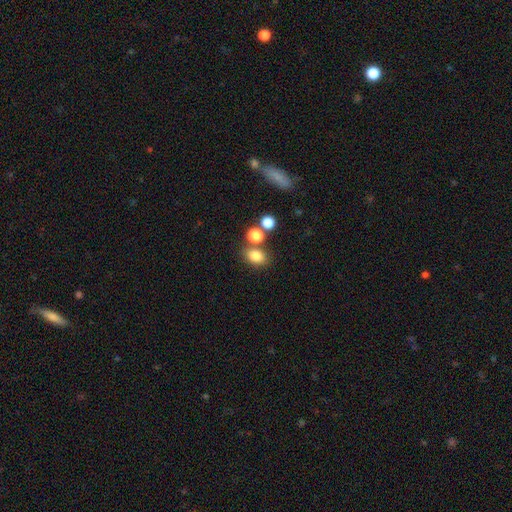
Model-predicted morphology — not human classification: Smooth or featured? smooth (81%)
How rounded? in between (63%)
Merging? none (68%)